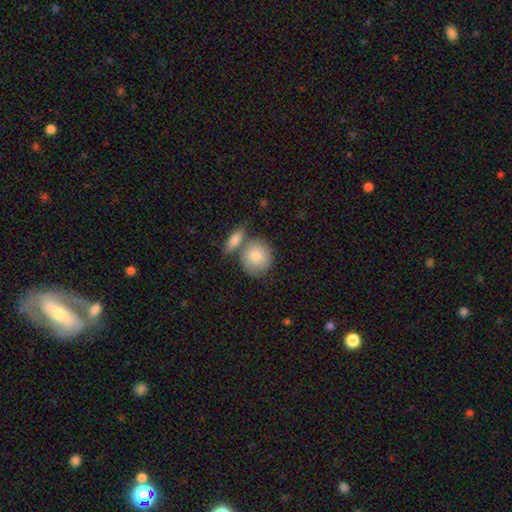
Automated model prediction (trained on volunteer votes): The model was most divided on "merging": none: 49%, merger: 35%, minor disturbance: 12%, major disturbance: 4%. More confident: how rounded — round (80%); smooth or featured — smooth (78%).